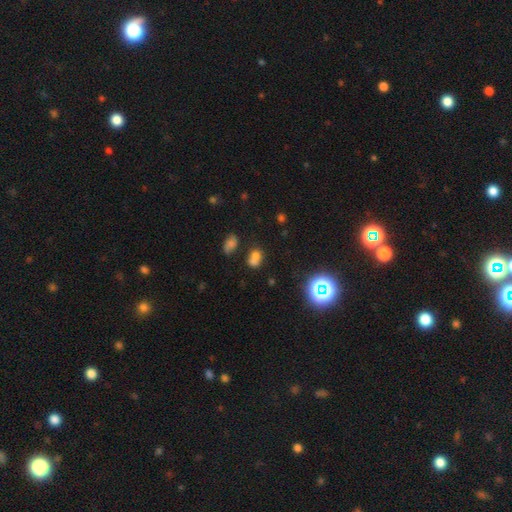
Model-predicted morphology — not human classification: type=smooth (63%); roundness=in between (57%); merging=merger (49%).